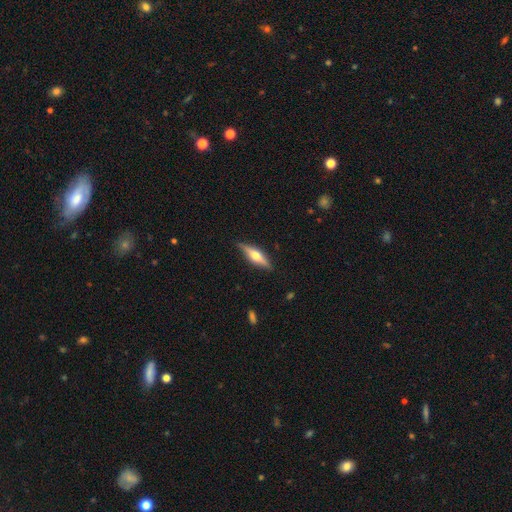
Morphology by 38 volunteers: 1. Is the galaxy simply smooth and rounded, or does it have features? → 63% featured or disk, 32% smooth, 5% star or artifact.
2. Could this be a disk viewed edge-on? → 100% yes, 0% no.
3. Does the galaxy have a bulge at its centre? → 96% rounded, 4% boxy, 0% none.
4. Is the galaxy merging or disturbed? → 81% none, 11% minor disturbance, 8% major disturbance, 0% merger.